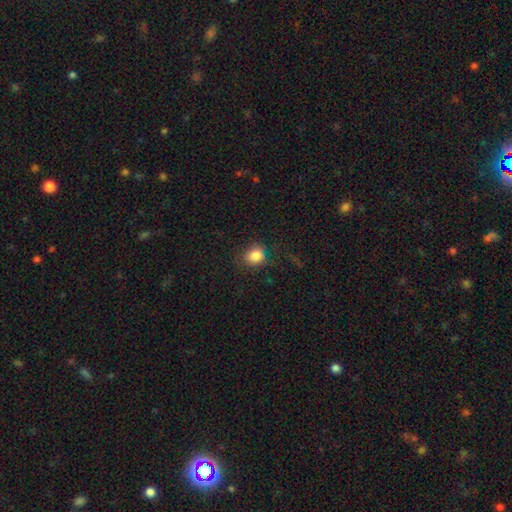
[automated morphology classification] Smooth or featured? smooth (84%)
How rounded? round (66%)
Merging? none (77%)